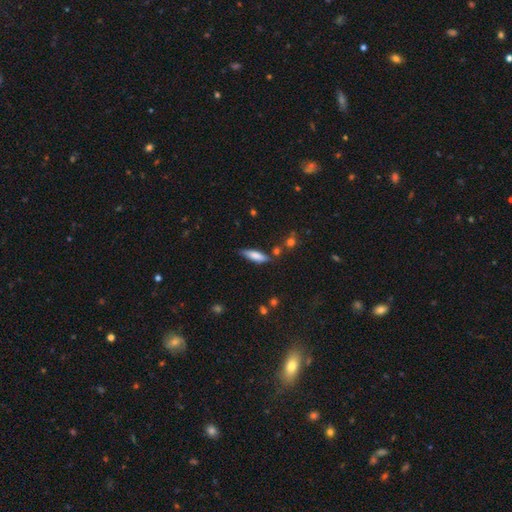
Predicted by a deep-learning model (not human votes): Smooth or featured? smooth (77%)
How rounded? cigar-shaped (58%)
Merging? none (75%)